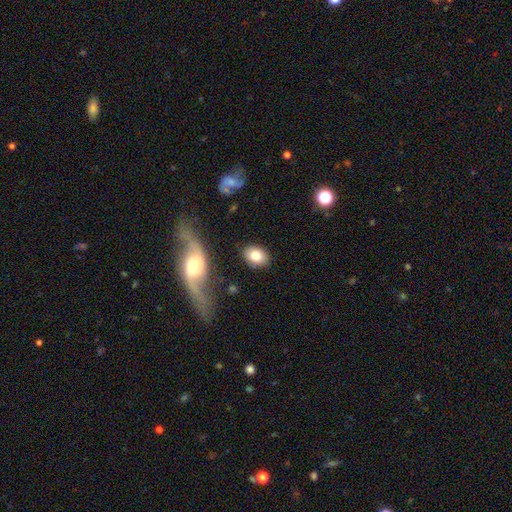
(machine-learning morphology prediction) Smooth or featured? smooth (79%)
How rounded? in between (68%)
Merging? none (84%)